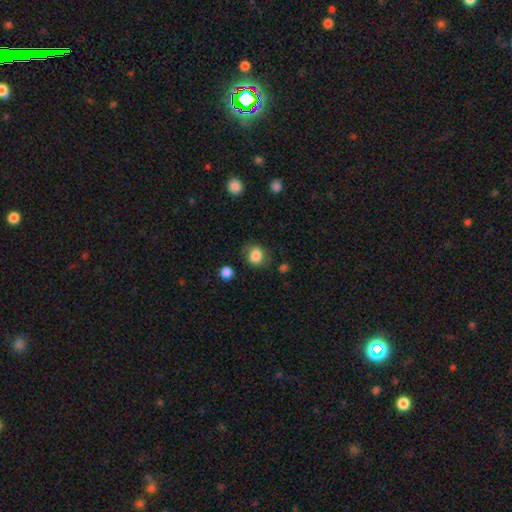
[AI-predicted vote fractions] A smooth galaxy with no disk features (82%) that is round (73%). Merging: none (73%).